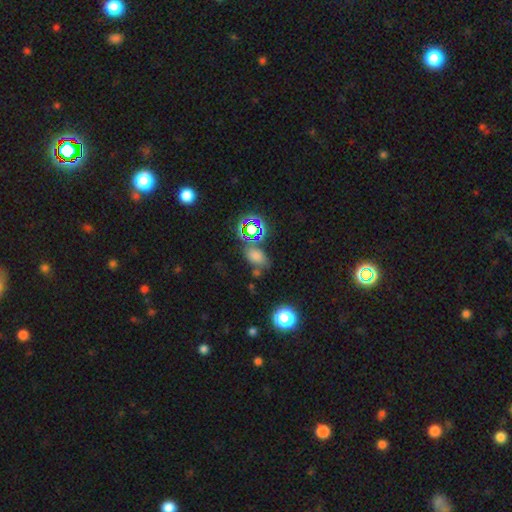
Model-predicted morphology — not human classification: smooth 59%, star or artifact 31%, featured or disk 10%. Down the decision tree: how rounded — in between (77%); merging — none (58%).